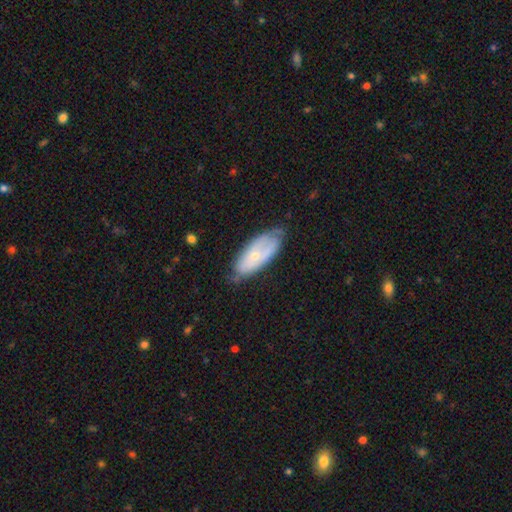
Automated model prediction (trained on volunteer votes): The model was most divided on "smooth or featured": featured or disk: 51%, smooth: 42%, star or artifact: 6%. More confident: edge-on disk — no (85%); merging — none (59%).